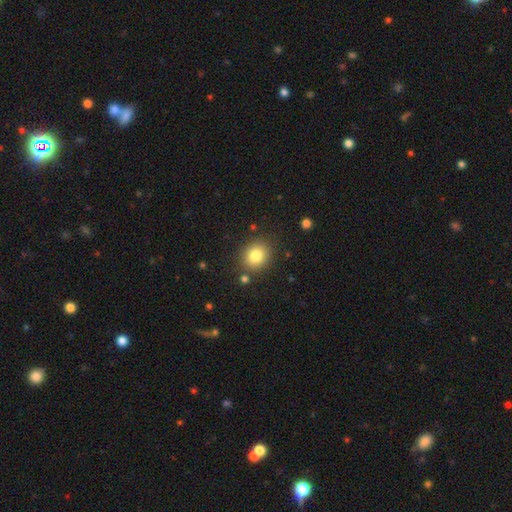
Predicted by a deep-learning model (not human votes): Overall: smooth (81%). How rounded: round (72%). Merging: none (85%).